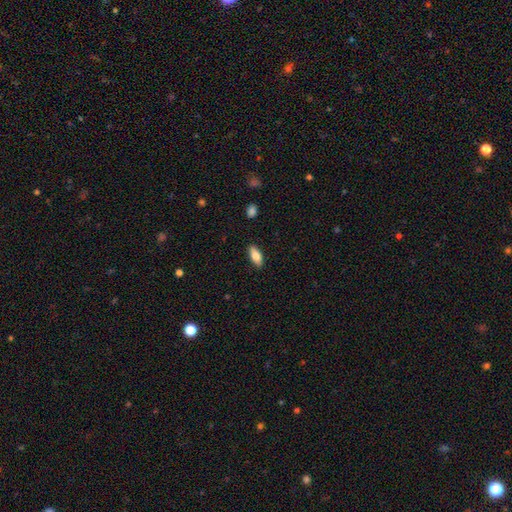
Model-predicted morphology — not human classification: This is clearly a smooth galaxy (81%). How rounded: clearly in between (81%). Merging: clearly none (87%).